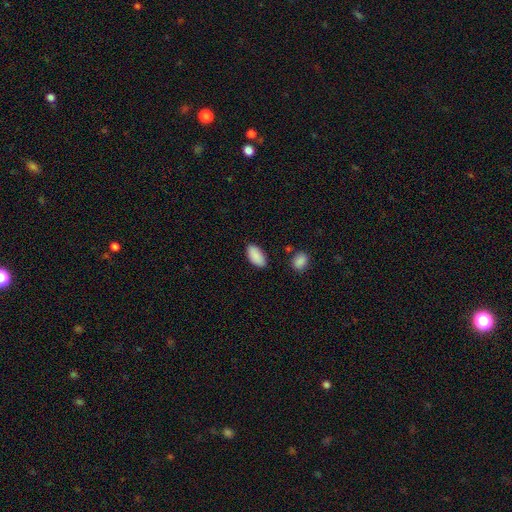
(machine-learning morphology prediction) This appears to be a smooth galaxy with no disk features (89%) that is in between round and cigar-shaped (94%). Merging: none (82%).